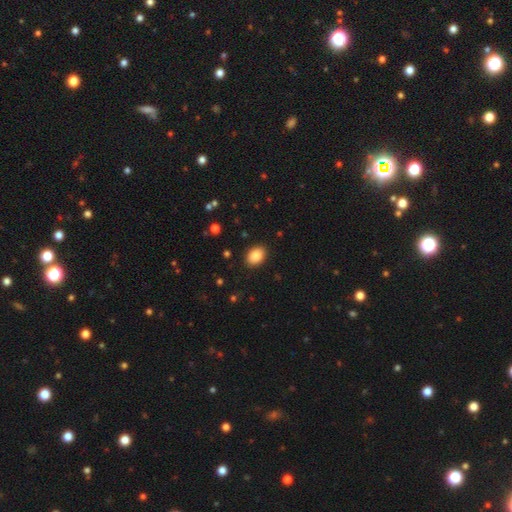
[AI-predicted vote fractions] This is clearly a smooth galaxy (88%). How rounded: likely in between (78%). Merging: clearly none (90%).